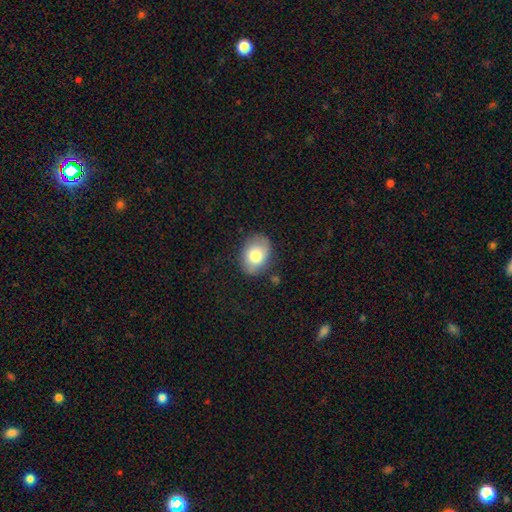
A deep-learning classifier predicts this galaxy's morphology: A smooth galaxy with no disk features (77%) that is in between round and cigar-shaped (71%).

Vote fractions:
- Smooth or featured? smooth: 77% / featured or disk: 16% / star or artifact: 7%
- How rounded? in between: 71% / round: 28% / cigar-shaped: 1%
- Merging? none: 79% / minor disturbance: 15% / major disturbance: 4% / merger: 2%